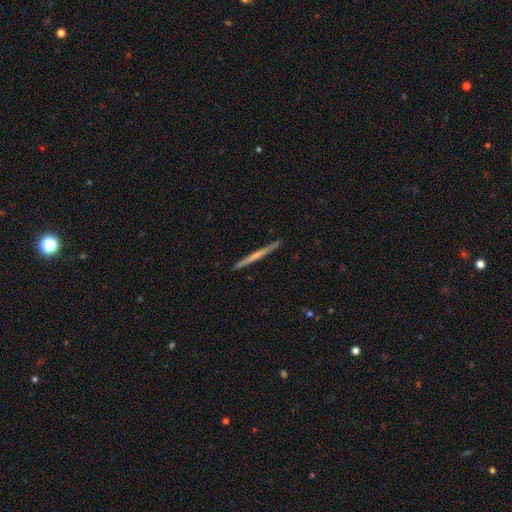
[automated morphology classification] Overall: featured or disk (53%; smooth 42%). Edge-on disk: yes (98%). Edge-on bulge: none (77%). Merging: none (92%).